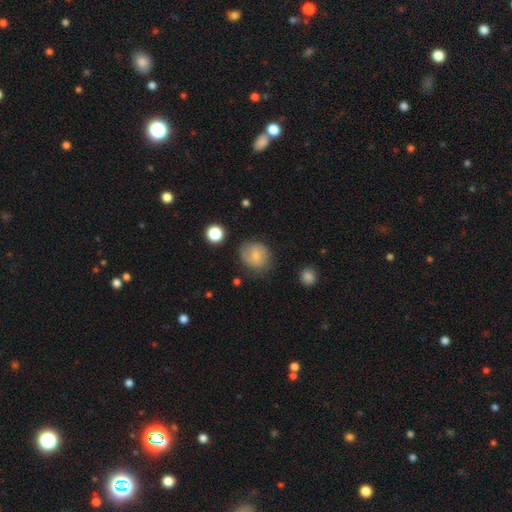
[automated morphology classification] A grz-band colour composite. It shows a smooth galaxy with no disk features (71%) that is round (72%). Merging: none (68%).